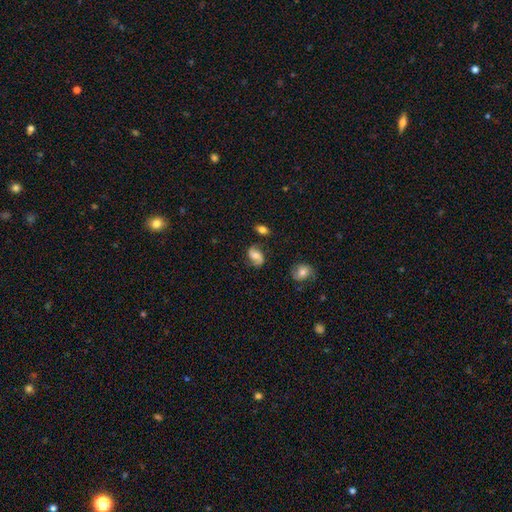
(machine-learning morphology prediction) smooth_or_featured: featured or disk (p=0.56) [alt: smooth p=0.34]
disk_edge_on: no (p=0.97) [alt: yes p=0.03]
bar: no (p=0.53) [alt: weak p=0.36]
has_spiral_arms: yes (p=0.91) [alt: no p=0.09]
bulge_size: moderate (p=0.48) [alt: small p=0.25]
merging: none (p=0.71) [alt: minor disturbance p=0.18]